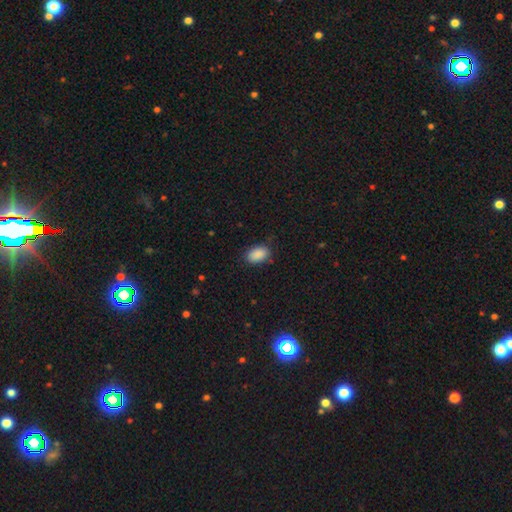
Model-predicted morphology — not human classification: The model was most divided on "merging": none: 82%, minor disturbance: 14%, major disturbance: 3%, merger: 1%. More confident: how rounded — in between (90%); smooth or featured — smooth (89%).